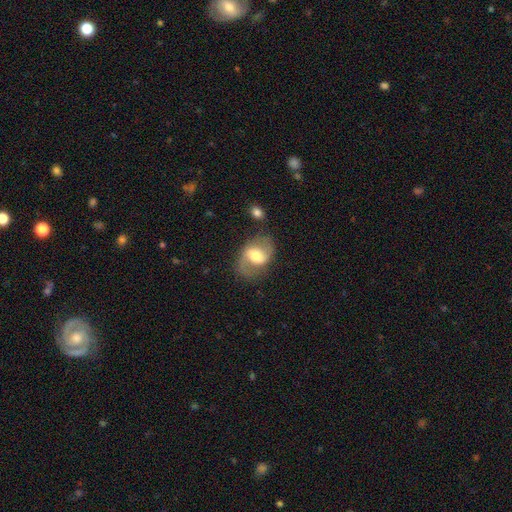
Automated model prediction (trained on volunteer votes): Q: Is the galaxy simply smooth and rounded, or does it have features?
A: featured or disk — 75%.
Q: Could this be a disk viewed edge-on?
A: no — 97%.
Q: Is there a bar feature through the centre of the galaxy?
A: weak — 49%.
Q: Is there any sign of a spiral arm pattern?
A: yes — 89%.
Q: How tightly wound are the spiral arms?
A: loose — 45%.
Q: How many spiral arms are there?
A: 2 — 89%.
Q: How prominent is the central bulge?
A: moderate — 59%.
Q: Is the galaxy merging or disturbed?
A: none — 70%.